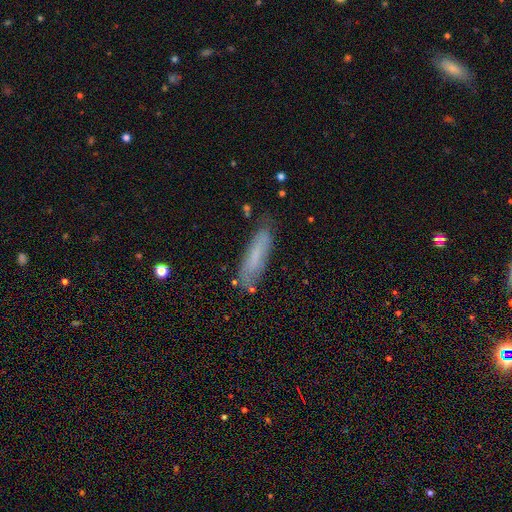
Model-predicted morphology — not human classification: A smooth galaxy with no disk features (61%) that is cigar-shaped (64%). Merging: none (75%).